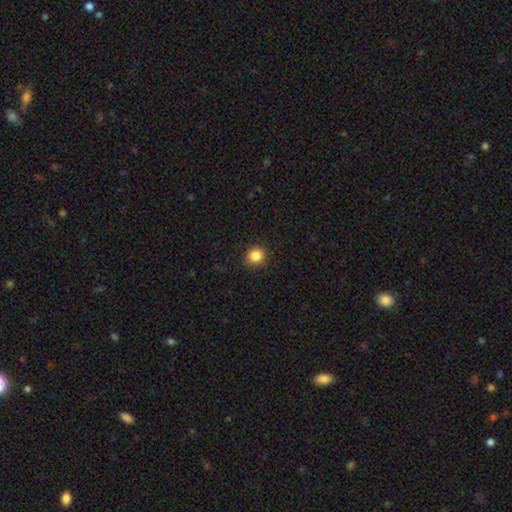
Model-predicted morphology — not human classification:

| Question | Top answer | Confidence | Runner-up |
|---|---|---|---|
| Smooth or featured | smooth | 85% | star or artifact (11%) |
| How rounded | round | 82% | in between (17%) |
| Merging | none | 88% | minor disturbance (9%) |